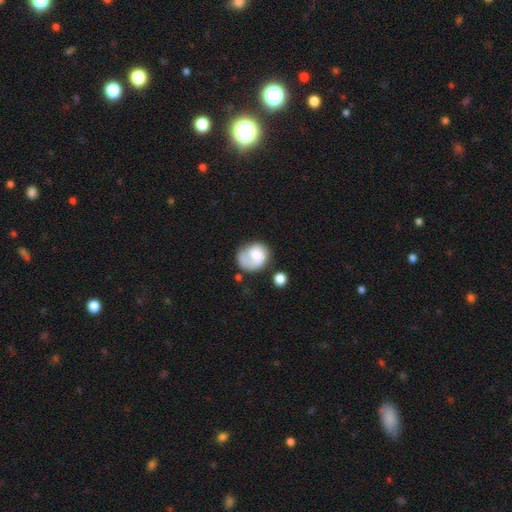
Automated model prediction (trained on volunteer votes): This appears to be a smooth galaxy with no disk features (52%) that is round (64%). Merging: none (46%).